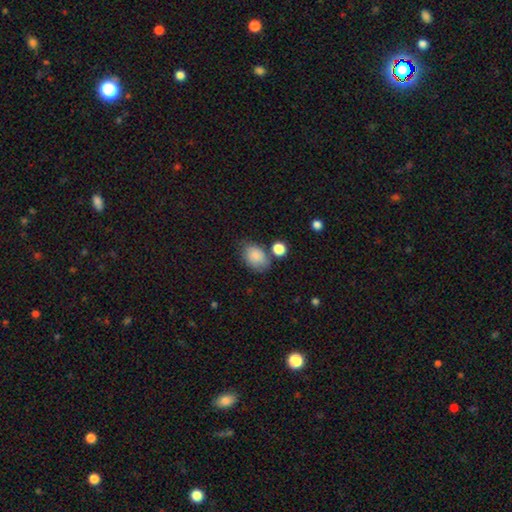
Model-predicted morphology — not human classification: Overall: smooth (84%). How rounded: in between (78%). Merging: none (63%).